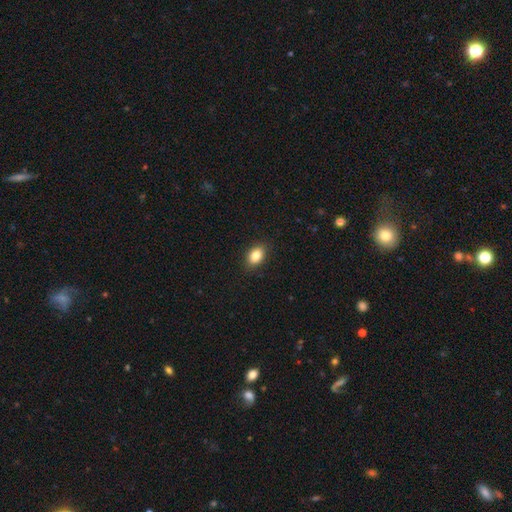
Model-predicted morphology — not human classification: A smooth galaxy with no disk features (84%) that is in between round and cigar-shaped (81%).

Vote fractions:
- Smooth or featured? smooth: 84% / star or artifact: 9% / featured or disk: 7%
- How rounded? in between: 81% / round: 18% / cigar-shaped: 2%
- Merging? none: 88% / minor disturbance: 8% / major disturbance: 2% / merger: 1%